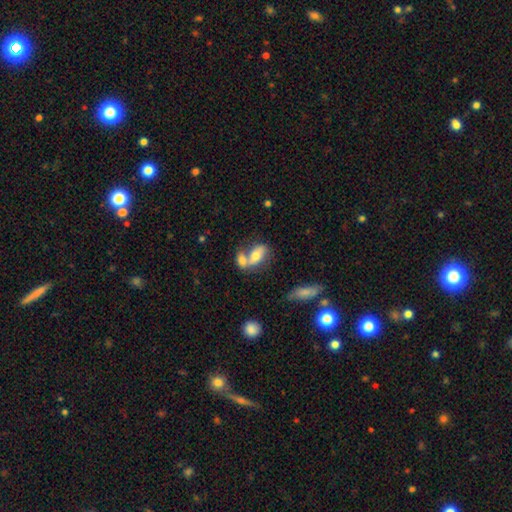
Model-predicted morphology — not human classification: Smooth or featured? Predicted: smooth (p=0.59). How rounded? Predicted: in between (p=0.85). Merging? Predicted: merger (p=0.63).